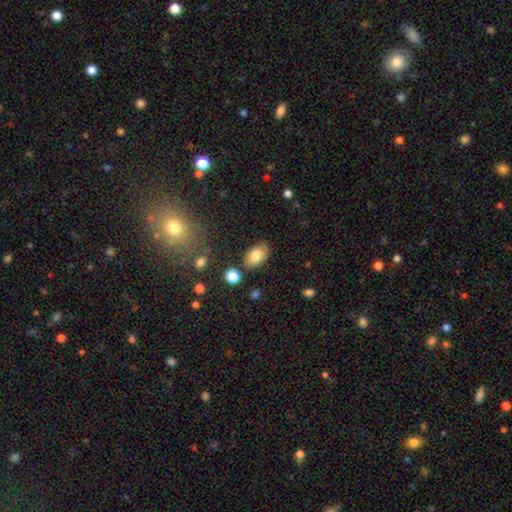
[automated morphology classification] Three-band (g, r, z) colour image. It shows a smooth galaxy with no disk features (82%) that is in between round and cigar-shaped (91%). Merging: none (82%).